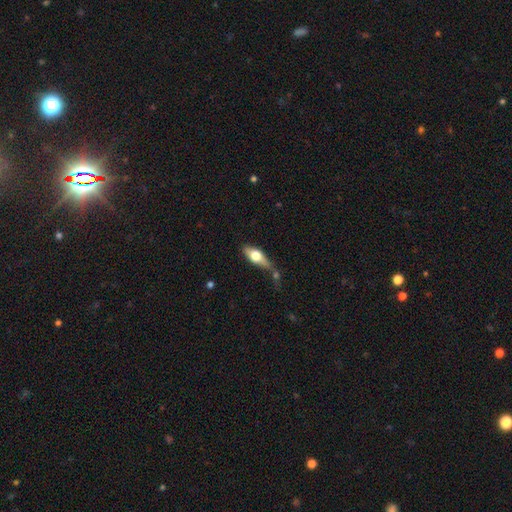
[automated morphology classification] smooth 55%, featured or disk 38%, star or artifact 7%. Down the decision tree: how rounded — in between (69%); merging — none (46%).